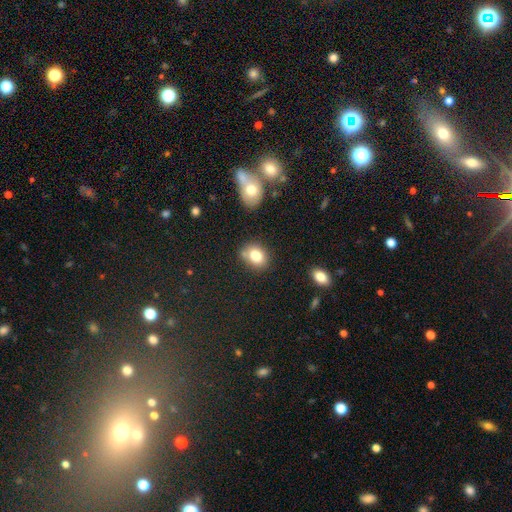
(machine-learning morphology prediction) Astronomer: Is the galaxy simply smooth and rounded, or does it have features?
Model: smooth — 79%.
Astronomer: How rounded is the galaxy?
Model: in between — 55% (runner-up: round, 44%).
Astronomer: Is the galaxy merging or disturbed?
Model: none — 69%.